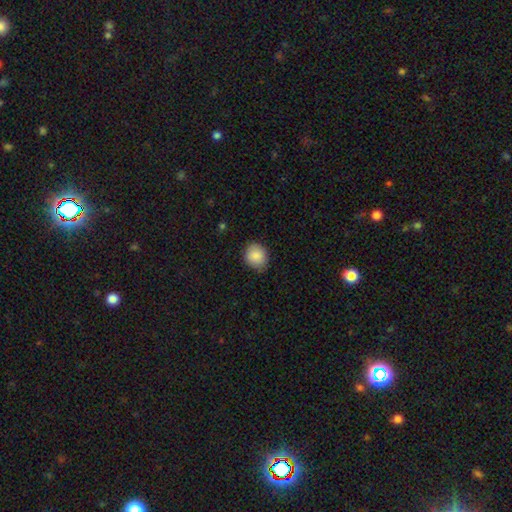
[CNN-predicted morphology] This appears to be a smooth galaxy with no disk features (88%) that is round (76%). Merging: none (83%).